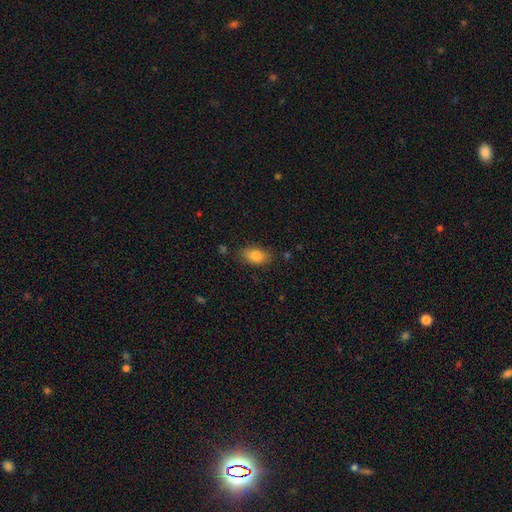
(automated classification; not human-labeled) A smooth galaxy with no disk features (83%) that is in between round and cigar-shaped (89%). Merging: none (79%).